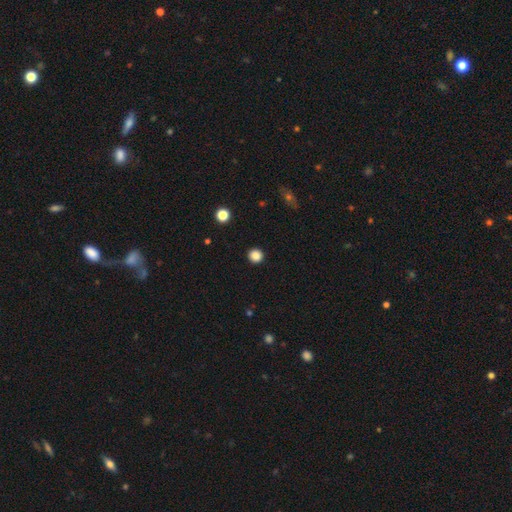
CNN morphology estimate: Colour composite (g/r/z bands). It shows a smooth galaxy with no disk features (86%) that is round (94%). Merging: none (93%).